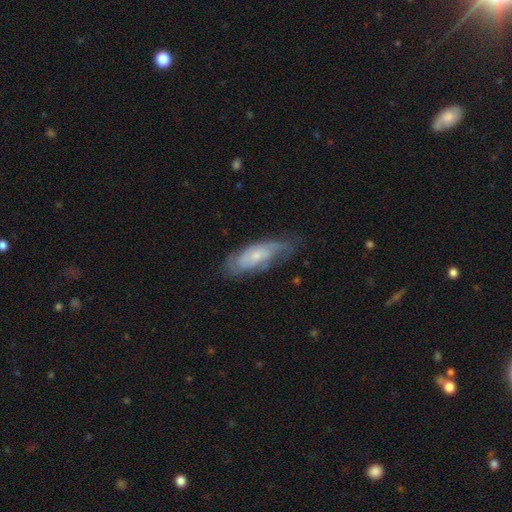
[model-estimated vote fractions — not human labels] Overall: featured or disk (61%; smooth 33%). Edge-on disk: no (85%). Bar: no (70%). Spiral arms: yes (81%). Bulge size: small (64%; moderate 28%). Merging: none (63%; minor disturbance 26%).